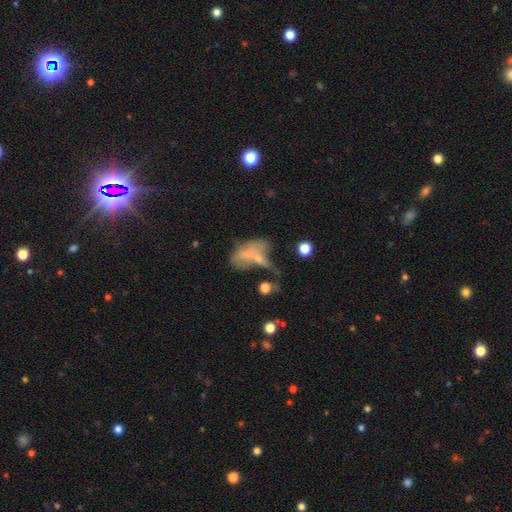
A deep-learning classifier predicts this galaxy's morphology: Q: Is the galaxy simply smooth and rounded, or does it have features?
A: smooth — 48%.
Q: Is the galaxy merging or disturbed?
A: merger — 39%.